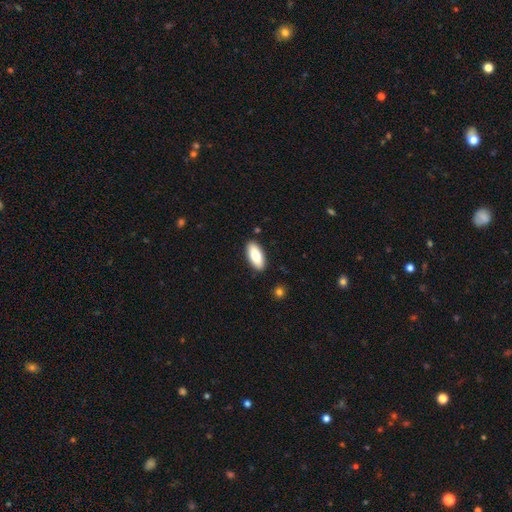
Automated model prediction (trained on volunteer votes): Smooth or featured?
  - smooth: 82% *
  - featured or disk: 12%
  - star or artifact: 6%
How rounded?
  - in between: 87% *
  - cigar-shaped: 12%
  - round: 2%
Merging?
  - none: 89% *
  - minor disturbance: 8%
  - major disturbance: 2%
  - merger: 1%